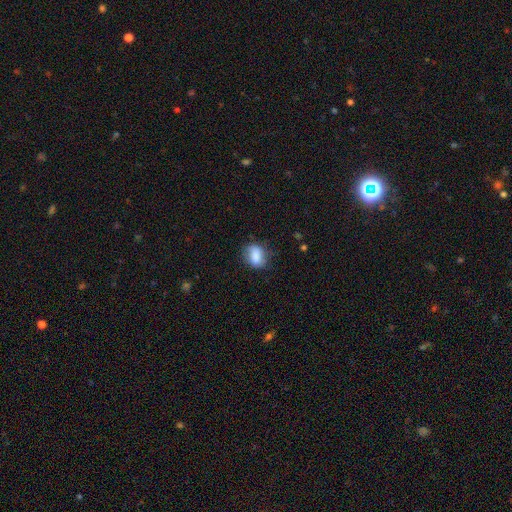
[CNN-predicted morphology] smooth-or-featured: smooth: 81% | featured or disk: 11% | star or artifact: 8%
  how-rounded: in between: 69% | round: 28% | cigar-shaped: 2%
  merging: none: 68% | minor disturbance: 23% | major disturbance: 7% | merger: 2%